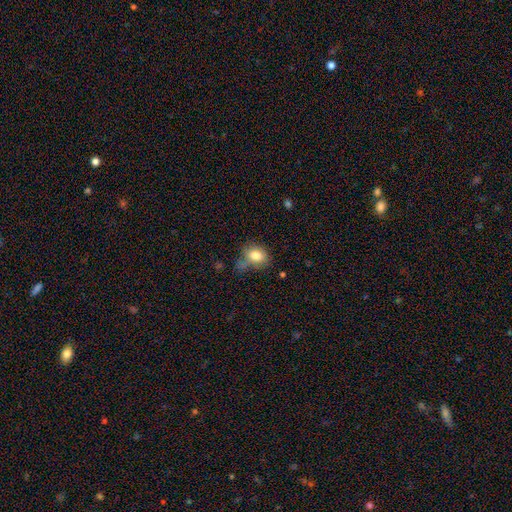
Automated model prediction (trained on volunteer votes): smooth-or-featured: smooth: 80% | featured or disk: 11% | star or artifact: 9%
  how-rounded: in between: 61% | round: 38% | cigar-shaped: 1%
  merging: none: 45% | minor disturbance: 29% | major disturbance: 15% | merger: 11%